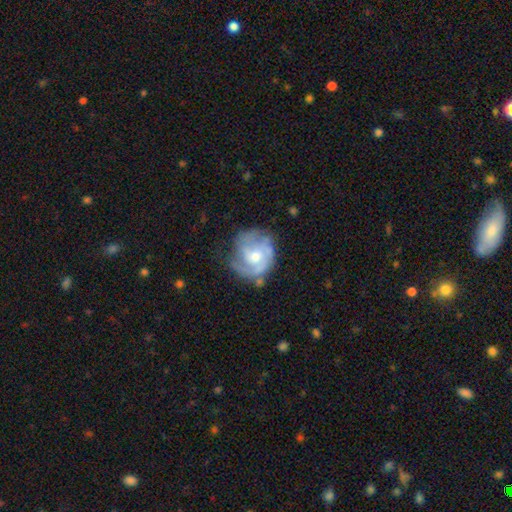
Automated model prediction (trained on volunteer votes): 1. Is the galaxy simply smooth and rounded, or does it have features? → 78% featured or disk, 16% smooth, 6% star or artifact.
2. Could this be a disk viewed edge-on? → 98% no, 2% yes.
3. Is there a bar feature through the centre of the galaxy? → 67% no, 29% weak, 4% strong.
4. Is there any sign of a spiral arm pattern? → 90% yes, 10% no.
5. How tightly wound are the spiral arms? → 51% tight, 37% medium, 12% loose.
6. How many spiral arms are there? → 33% 2, 26% can't tell, 24% 3, 8% 1, 5% 4, 4% more than 4.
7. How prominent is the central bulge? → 60% moderate, 33% small, 4% large, 2% none, 1% dominant.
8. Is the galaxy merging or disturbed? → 60% none, 24% minor disturbance, 13% major disturbance, 3% merger.